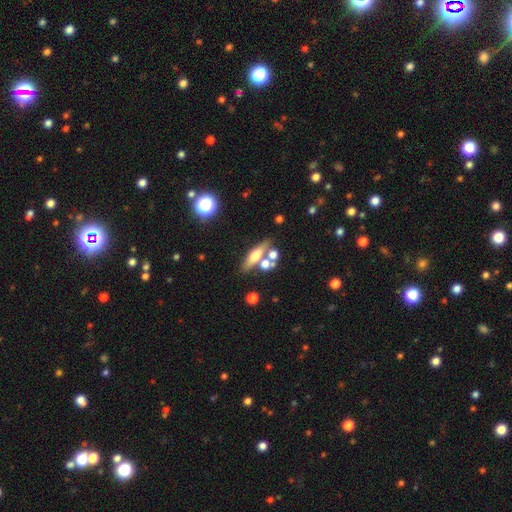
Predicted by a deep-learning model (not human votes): Smooth or featured?
  - smooth: 47% *
  - featured or disk: 41%
  - star or artifact: 11%
Merging?
  - none: 65% *
  - merger: 20%
  - minor disturbance: 11%
  - major disturbance: 5%